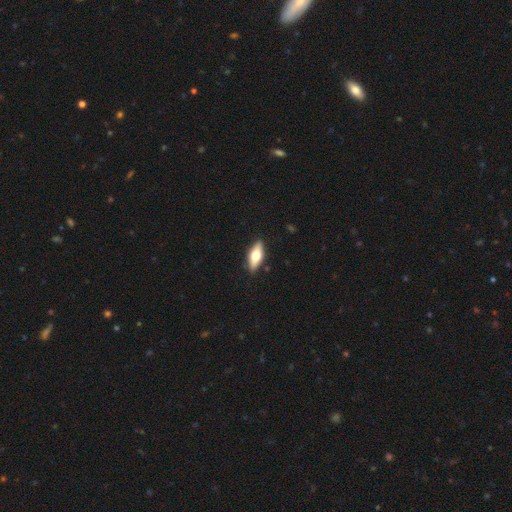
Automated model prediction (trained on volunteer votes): Morphology: type=smooth (60%); roundness=in between (72%); merging=none (88%).